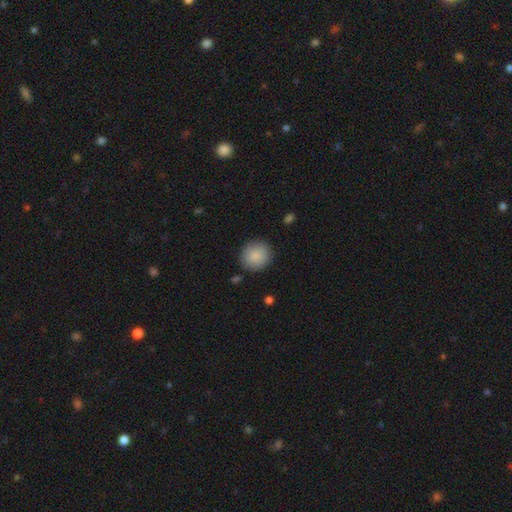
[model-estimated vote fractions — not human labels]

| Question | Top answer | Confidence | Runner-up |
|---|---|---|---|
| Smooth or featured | smooth | 87% | star or artifact (7%) |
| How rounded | round | 83% | in between (16%) |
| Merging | none | 86% | minor disturbance (10%) |